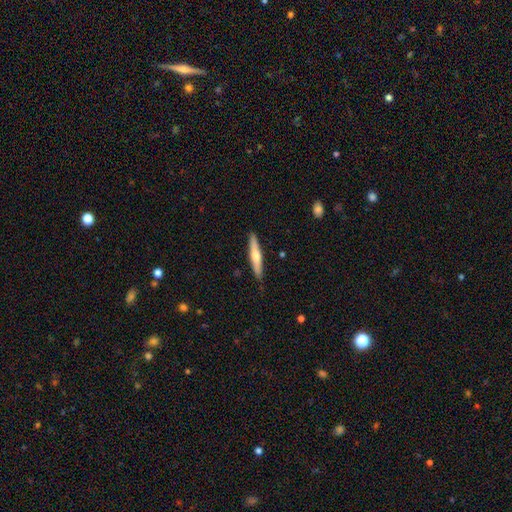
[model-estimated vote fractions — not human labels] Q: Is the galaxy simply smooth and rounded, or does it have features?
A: smooth — 50%.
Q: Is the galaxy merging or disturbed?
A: none — 89%.